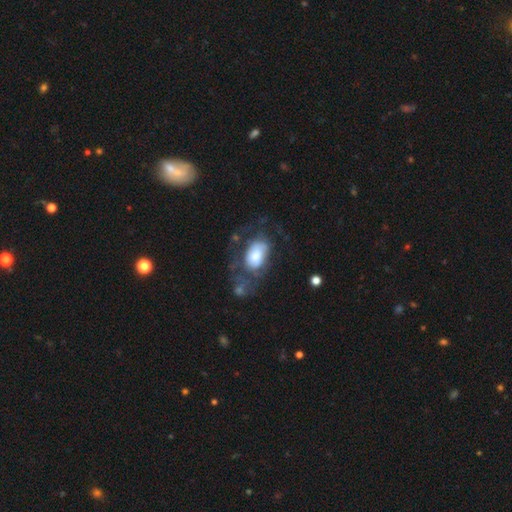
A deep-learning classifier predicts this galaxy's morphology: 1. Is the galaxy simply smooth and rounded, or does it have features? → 49% smooth, 44% featured or disk, 7% star or artifact.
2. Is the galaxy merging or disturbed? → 37% major disturbance, 31% none, 24% minor disturbance, 7% merger.